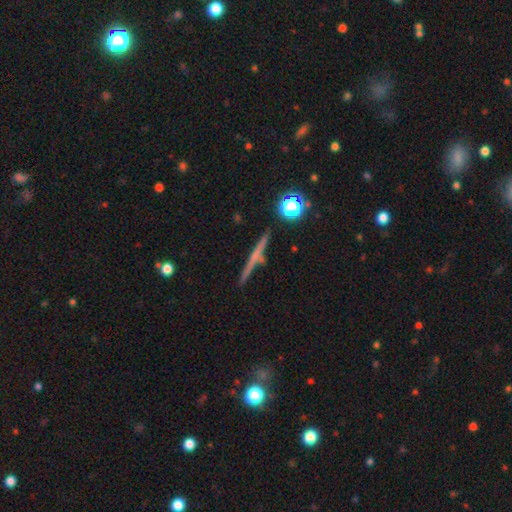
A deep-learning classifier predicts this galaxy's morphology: Smooth or featured: featured or disk — 53% (smooth — 37%)
Edge-on disk: yes — 97% (no — 3%)
Edge-on bulge: none — 78% (rounded — 17%)
Merging: none — 84% (minor disturbance — 9%)